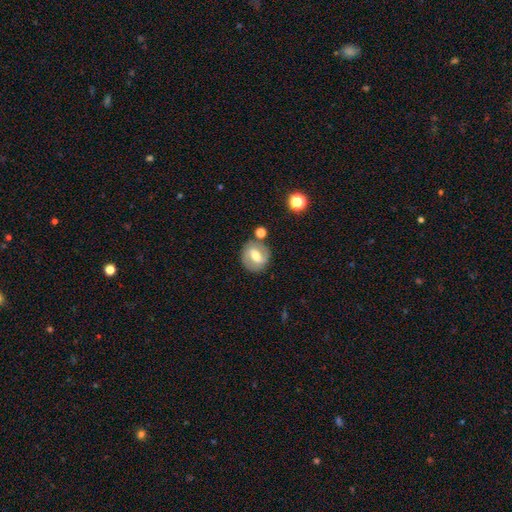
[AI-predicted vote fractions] Smooth or featured? Predicted: featured or disk (p=0.57). Edge-on disk? Predicted: no (p=0.95). Bar? Predicted: weak (p=0.43). Spiral arms? Predicted: yes (p=0.64). Bulge size? Predicted: moderate (p=0.68). Merging? Predicted: none (p=0.77).